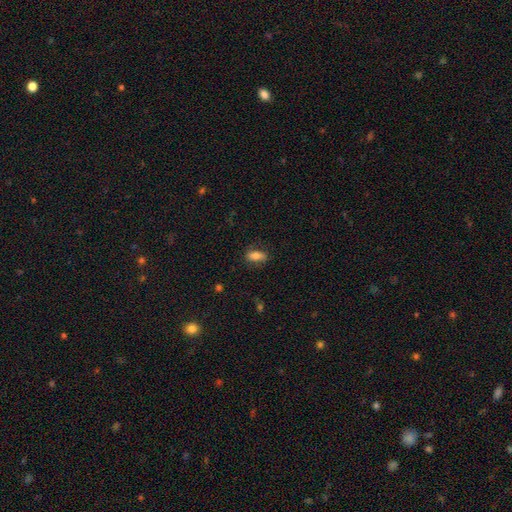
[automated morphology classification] A smooth galaxy with no disk features (74%) that is in between round and cigar-shaped (81%).

Vote fractions:
- Smooth or featured? smooth: 74% / featured or disk: 18% / star or artifact: 8%
- How rounded? in between: 81% / cigar-shaped: 13% / round: 5%
- Merging? none: 77% / minor disturbance: 17% / major disturbance: 5% / merger: 1%